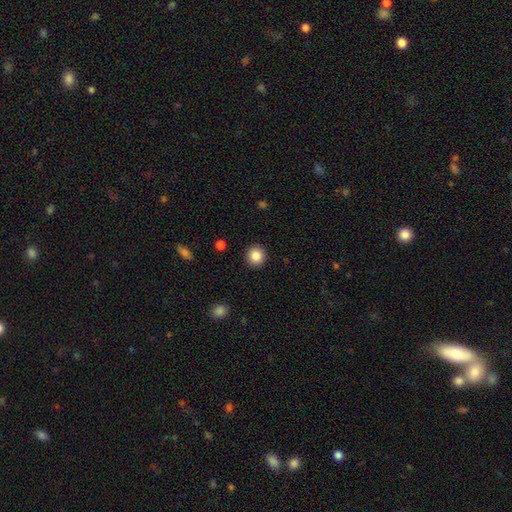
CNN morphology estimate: smooth_or_featured: smooth (p=0.87) [alt: star or artifact p=0.09]
how_rounded: round (p=0.93) [alt: in between p=0.06]
merging: none (p=0.92) [alt: minor disturbance p=0.05]